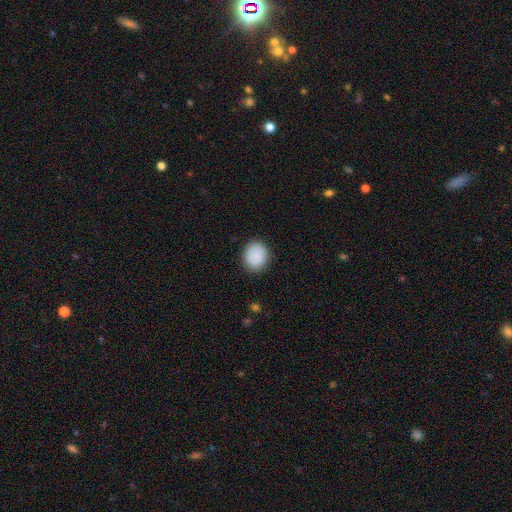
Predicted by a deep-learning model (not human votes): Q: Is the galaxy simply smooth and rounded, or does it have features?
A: smooth — 89%.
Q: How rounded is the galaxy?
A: round — 70%.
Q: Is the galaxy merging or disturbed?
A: none — 88%.